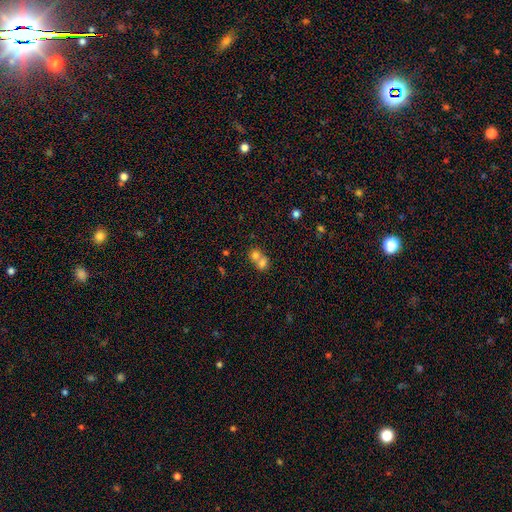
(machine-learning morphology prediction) A smooth galaxy with no disk features (73%) that is round (68%).

Vote fractions:
- Smooth or featured? smooth: 73% / featured or disk: 15% / star or artifact: 12%
- How rounded? round: 68% / in between: 31% / cigar-shaped: 1%
- Merging? merger: 69% / none: 24% / minor disturbance: 4% / major disturbance: 2%